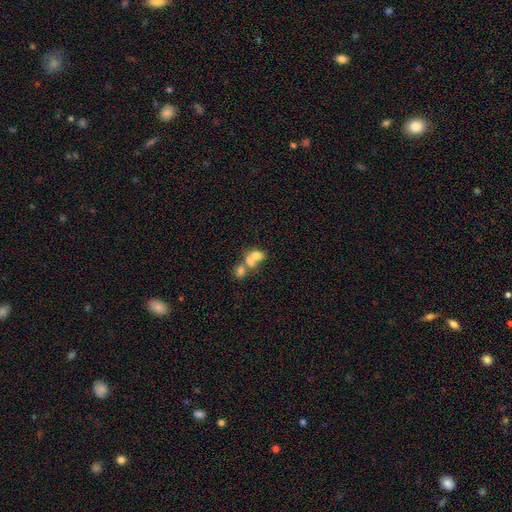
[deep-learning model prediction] Smooth or featured? Predicted: smooth (p=0.67). How rounded? Predicted: in between (p=0.60). Merging? Predicted: merger (p=0.67).